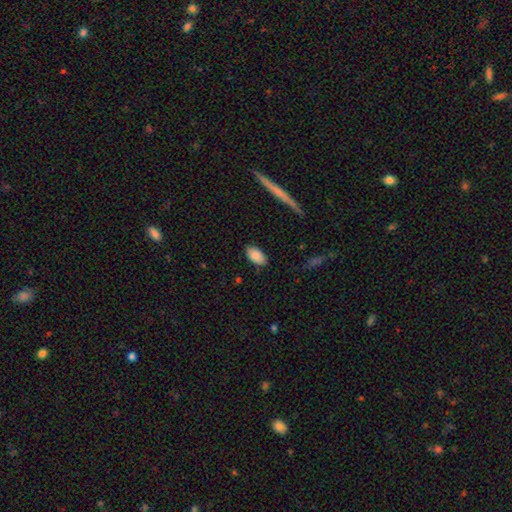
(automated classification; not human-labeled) This appears to be a smooth galaxy with no disk features (87%) that is in between round and cigar-shaped (94%). Merging: none (85%).